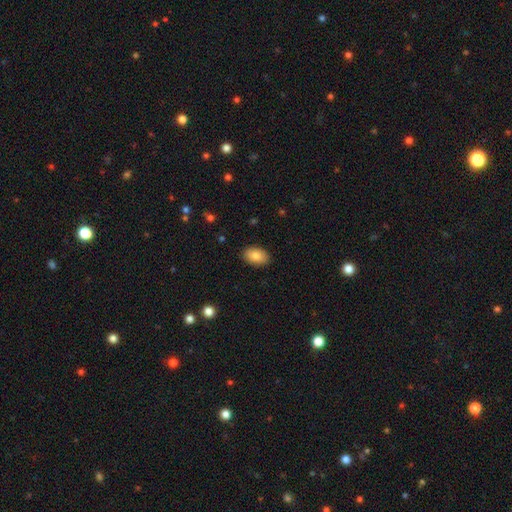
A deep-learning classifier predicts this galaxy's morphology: Smooth or featured? smooth (86%)
How rounded? in between (92%)
Merging? none (88%)